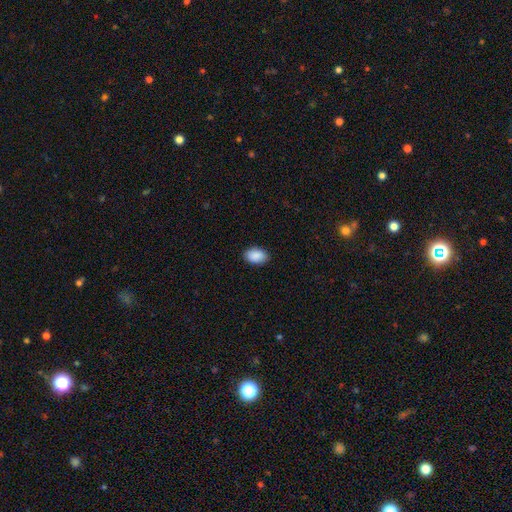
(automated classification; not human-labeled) This is clearly a smooth galaxy (90%). How rounded: clearly in between (91%). Merging: clearly none (89%).